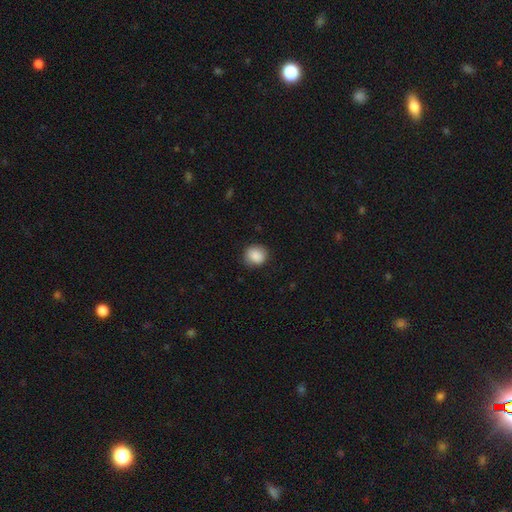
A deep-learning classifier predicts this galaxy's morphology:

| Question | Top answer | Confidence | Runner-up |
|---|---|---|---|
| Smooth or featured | smooth | 88% | star or artifact (8%) |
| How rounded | round | 78% | in between (21%) |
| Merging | none | 84% | minor disturbance (13%) |